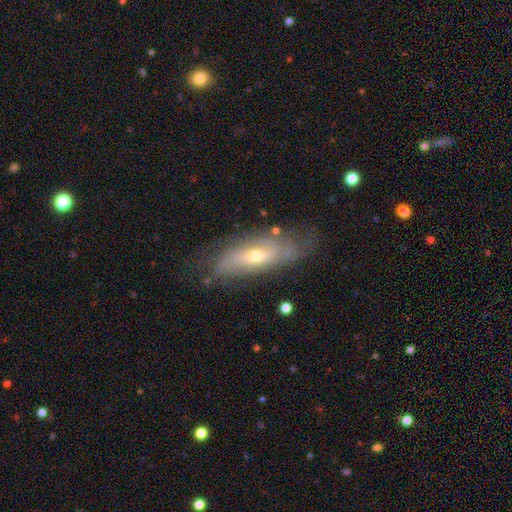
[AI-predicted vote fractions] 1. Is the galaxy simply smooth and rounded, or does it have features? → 77% featured or disk, 16% smooth, 6% star or artifact.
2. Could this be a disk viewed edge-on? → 85% no, 15% yes.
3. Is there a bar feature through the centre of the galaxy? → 63% no, 29% weak, 8% strong.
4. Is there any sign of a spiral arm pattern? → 88% yes, 12% no.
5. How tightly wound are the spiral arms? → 56% tight, 31% medium, 12% loose.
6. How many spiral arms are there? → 46% can't tell, 31% 2, 11% 3, 5% 4, 4% 1, 3% more than 4.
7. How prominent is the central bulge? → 51% small, 45% moderate, 2% large, 1% none, 1% dominant.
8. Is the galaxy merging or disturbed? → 67% none, 21% minor disturbance, 9% major disturbance, 2% merger.